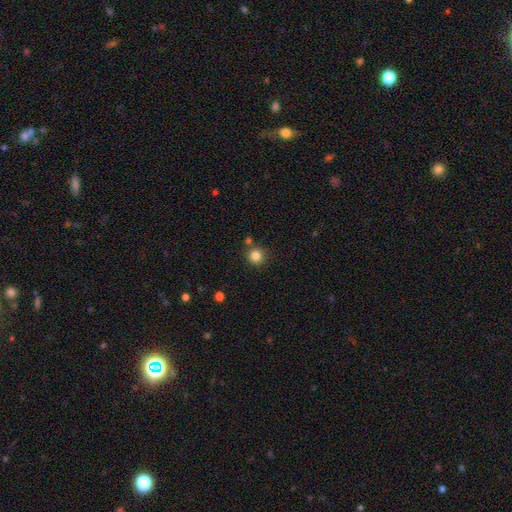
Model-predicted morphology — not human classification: The model was most divided on "merging": none: 79%, merger: 9%, minor disturbance: 9%, major disturbance: 3%. More confident: how rounded — round (92%); smooth or featured — smooth (83%).